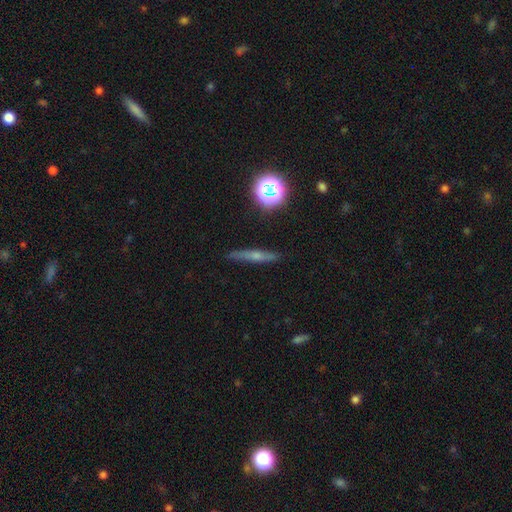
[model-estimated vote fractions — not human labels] smooth_or_featured: featured or disk (p=0.48) [alt: smooth p=0.38]
merging: none (p=0.86) [alt: minor disturbance p=0.10]